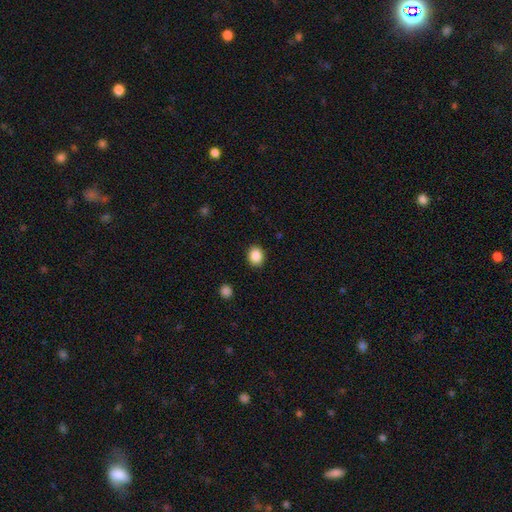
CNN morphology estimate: A smooth galaxy with no disk features (88%) that is round (61%). Merging: none (90%).